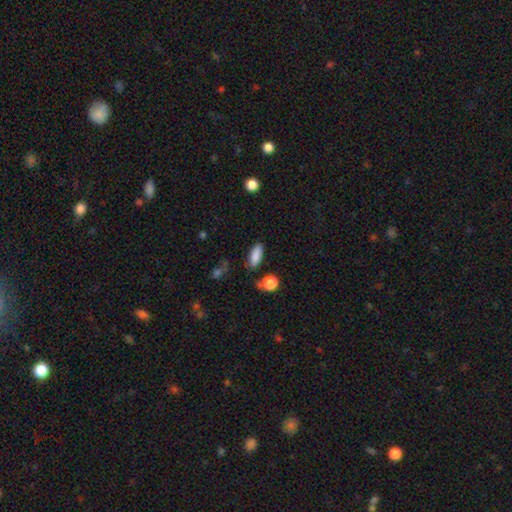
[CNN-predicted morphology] Smooth or featured?
  - smooth: 86% *
  - star or artifact: 8%
  - featured or disk: 5%
How rounded?
  - in between: 77% *
  - cigar-shaped: 19%
  - round: 4%
Merging?
  - none: 78% *
  - minor disturbance: 14%
  - merger: 4%
  - major disturbance: 4%